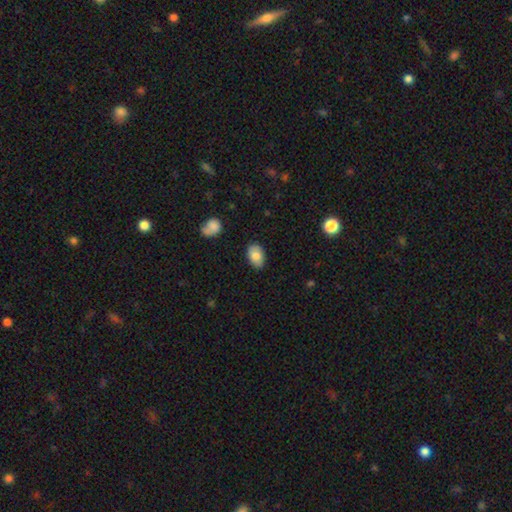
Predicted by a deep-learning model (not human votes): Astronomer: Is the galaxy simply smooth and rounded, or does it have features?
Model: smooth — 79%.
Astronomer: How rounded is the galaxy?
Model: in between — 89%.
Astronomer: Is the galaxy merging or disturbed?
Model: none — 83%.